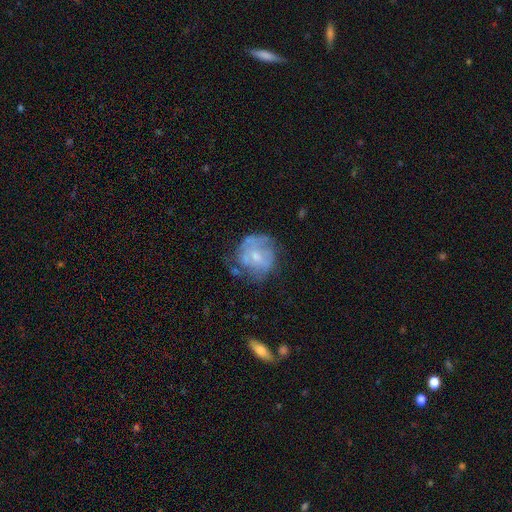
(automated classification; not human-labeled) smooth-or-featured: featured or disk: 56% | smooth: 36% | star or artifact: 8%
  disk-edge-on: no: 97% | yes: 3%
    bar: no: 68% | weak: 27% | strong: 4%
    has-spiral-arms: no: 52% | yes: 48%
    bulge-size: moderate: 45% | small: 43% | none: 8% | large: 3% | dominant: 1%
  merging: none: 49% | minor disturbance: 27% | major disturbance: 19% | merger: 5%